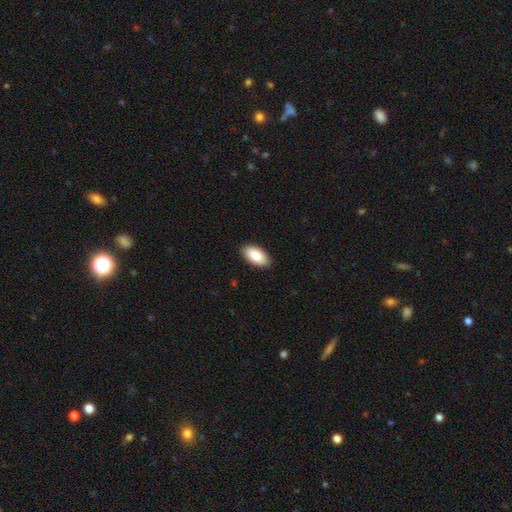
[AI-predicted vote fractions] smooth 82%, featured or disk 12%, star or artifact 6%. Down the decision tree: how rounded — in between (95%); merging — none (89%).